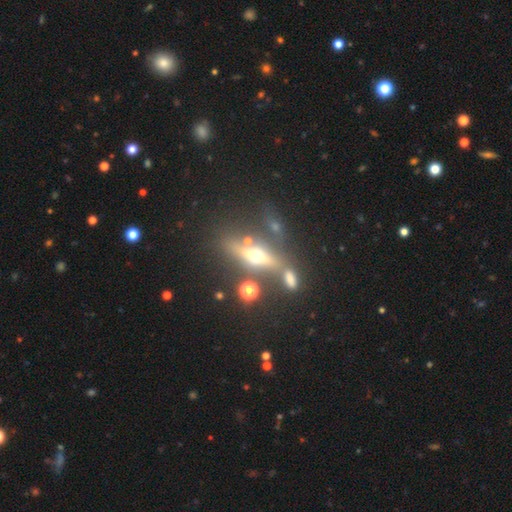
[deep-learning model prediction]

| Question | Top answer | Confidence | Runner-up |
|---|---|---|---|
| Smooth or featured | featured or disk | 60% | smooth (27%) |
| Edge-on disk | yes | 82% | no (18%) |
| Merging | none | 61% | merger (18%) |